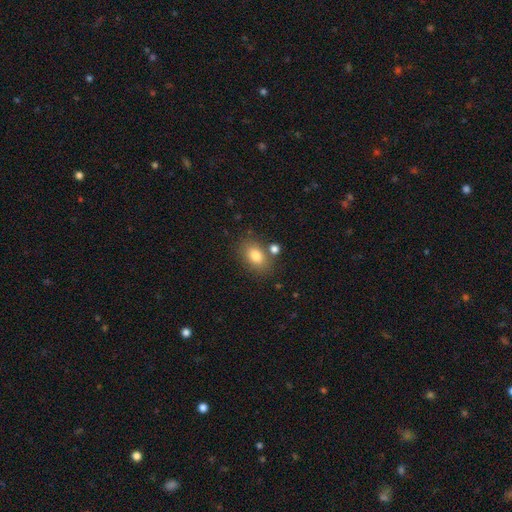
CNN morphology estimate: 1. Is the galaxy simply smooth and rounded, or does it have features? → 81% smooth, 10% featured or disk, 9% star or artifact.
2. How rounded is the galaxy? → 82% in between, 16% round, 2% cigar-shaped.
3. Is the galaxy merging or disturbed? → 72% none, 13% minor disturbance, 11% merger, 4% major disturbance.